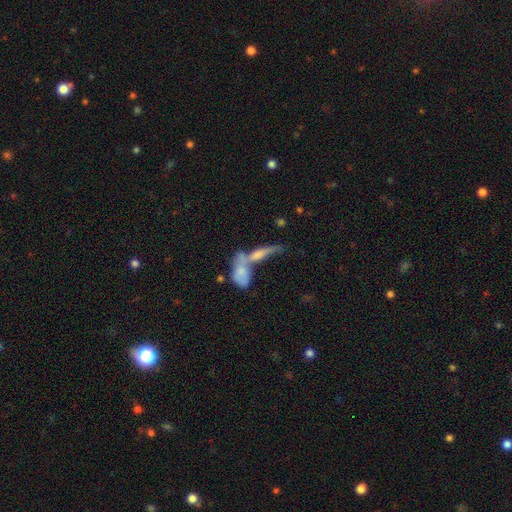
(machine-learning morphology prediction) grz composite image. It shows a featured or disk galaxy (48%). Merging: merger (58%).